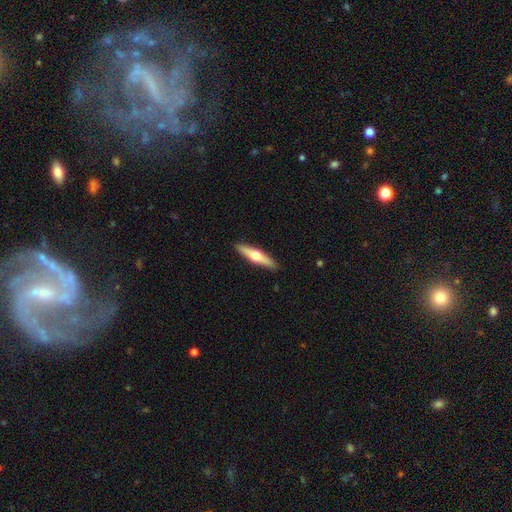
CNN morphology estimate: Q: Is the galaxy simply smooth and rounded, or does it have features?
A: featured or disk — 53%.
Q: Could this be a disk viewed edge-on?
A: yes — 95%.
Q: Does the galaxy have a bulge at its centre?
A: rounded — 94%.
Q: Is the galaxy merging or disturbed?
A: none — 91%.